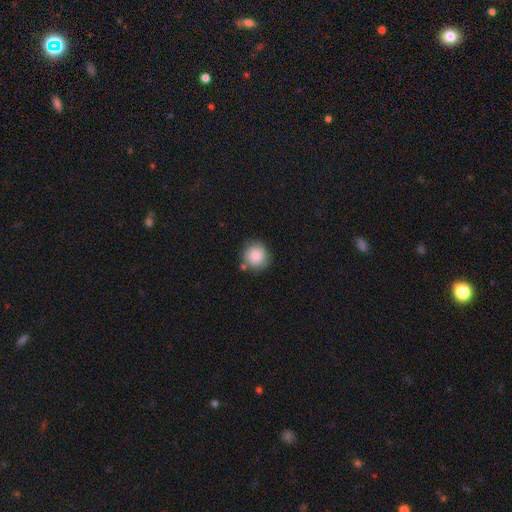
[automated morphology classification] Q: Smooth or featured?
A: smooth (83%); runner-up: featured or disk (9%)
Q: How rounded?
A: round (89%); runner-up: in between (10%)
Q: Merging?
A: none (72%); runner-up: minor disturbance (16%)